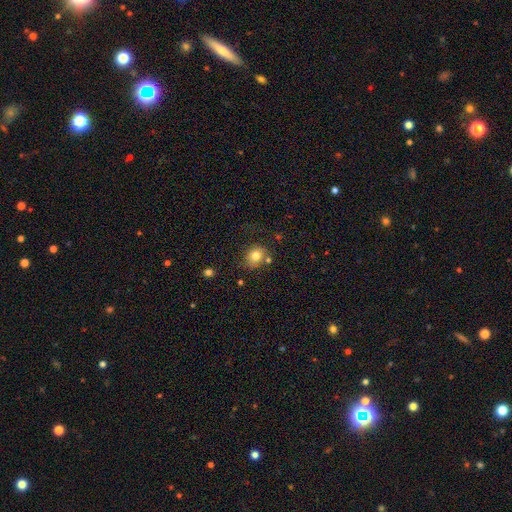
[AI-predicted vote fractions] This appears to be a smooth galaxy with no disk features (80%) that is round (63%). Merging: none (71%).